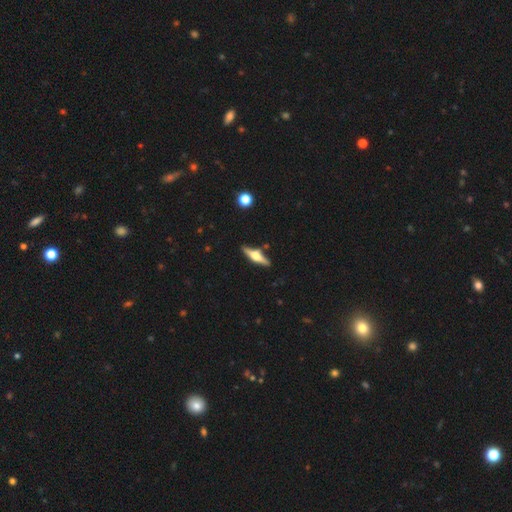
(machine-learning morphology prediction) featured or disk 69%, smooth 25%, star or artifact 6%. Down the decision tree: edge-on disk — yes (97%); edge-on bulge — rounded (88%); merging — none (85%).